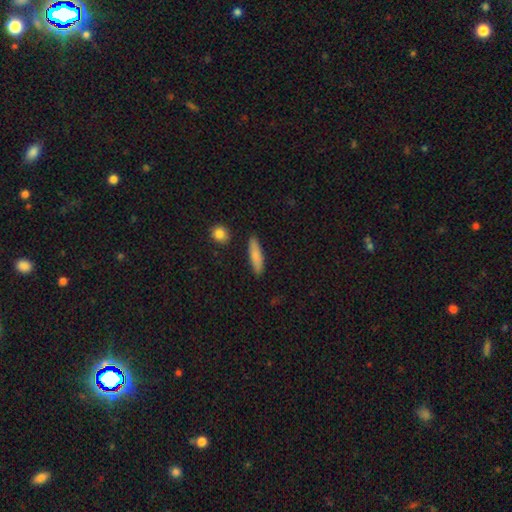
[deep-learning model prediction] A smooth galaxy with no disk features (83%) that is cigar-shaped (72%). Merging: none (88%).